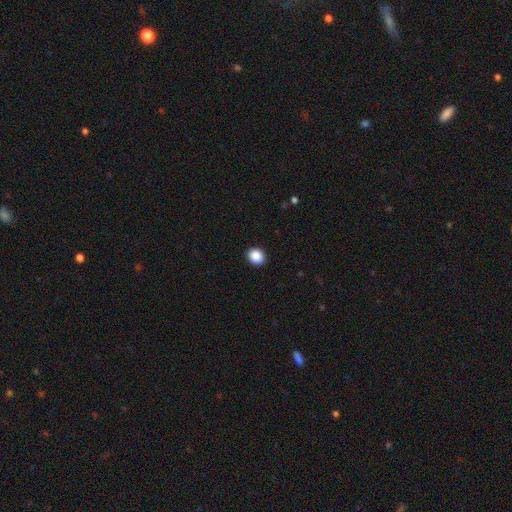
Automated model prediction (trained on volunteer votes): This is clearly a smooth galaxy (89%). How rounded: likely round (72%). Merging: clearly none (92%).